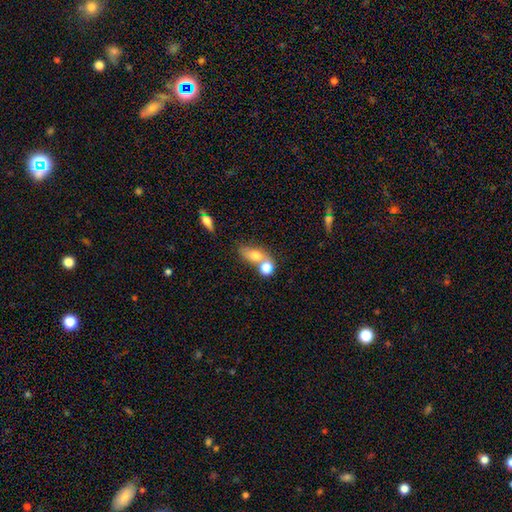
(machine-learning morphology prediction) This is likely a smooth galaxy (70%). How rounded: likely in between (65%). Merging: marginally merger (43%).